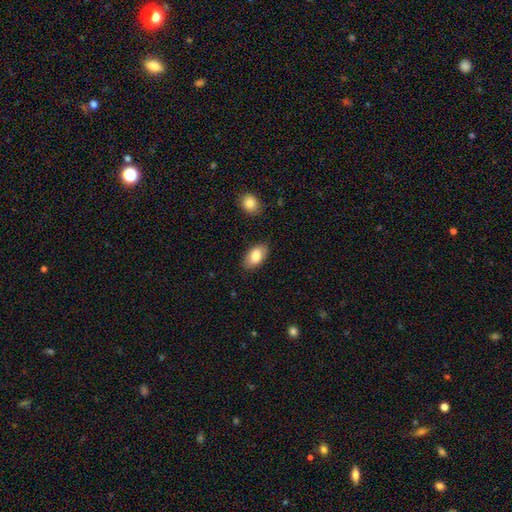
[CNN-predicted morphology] Smooth or featured: smooth — 82% (featured or disk — 12%)
How rounded: in between — 94% (round — 4%)
Merging: none — 84% (minor disturbance — 12%)